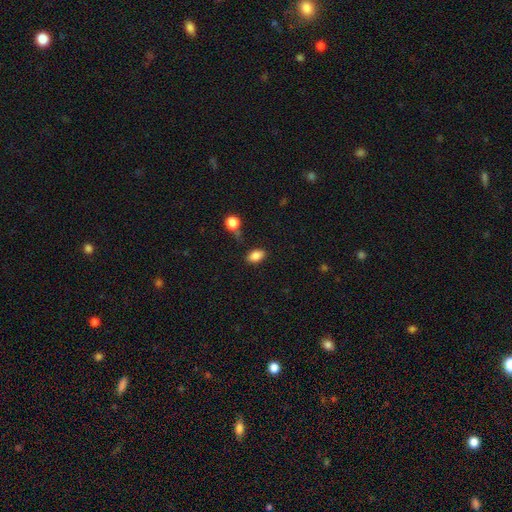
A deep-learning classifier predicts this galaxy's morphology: smooth-or-featured: smooth: 85% | star or artifact: 9% | featured or disk: 5%
  how-rounded: in between: 87% | round: 11% | cigar-shaped: 2%
  merging: none: 78% | minor disturbance: 13% | merger: 5% | major disturbance: 4%